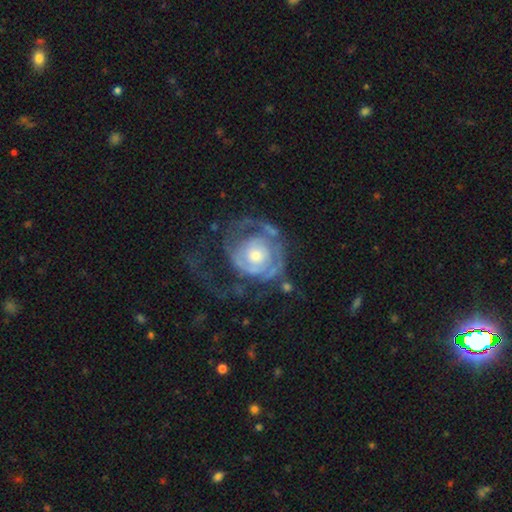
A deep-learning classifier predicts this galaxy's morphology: Q: Smooth or featured?
A: featured or disk (80%); runner-up: smooth (14%)
Q: Edge-on disk?
A: no (97%); runner-up: yes (3%)
Q: Bar?
A: no (78%); runner-up: weak (18%)
Q: Spiral arms?
A: yes (84%); runner-up: no (16%)
Q: Spiral winding?
A: tight (58%); runner-up: medium (27%)
Q: Spiral arm count?
A: can't tell (34%); runner-up: 2 (31%)
Q: Bulge size?
A: moderate (56%); runner-up: small (31%)
Q: Merging?
A: major disturbance (41%); runner-up: none (36%)